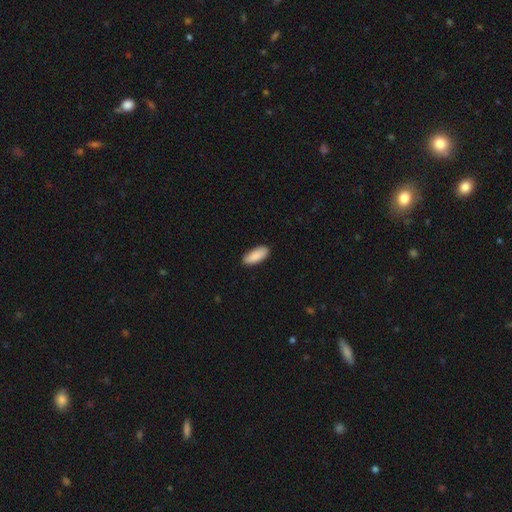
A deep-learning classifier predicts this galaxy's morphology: smooth-or-featured: smooth: 90% | star or artifact: 5% | featured or disk: 5%
  how-rounded: in between: 82% | cigar-shaped: 16% | round: 2%
  merging: none: 88% | minor disturbance: 10% | major disturbance: 2% | merger: 1%